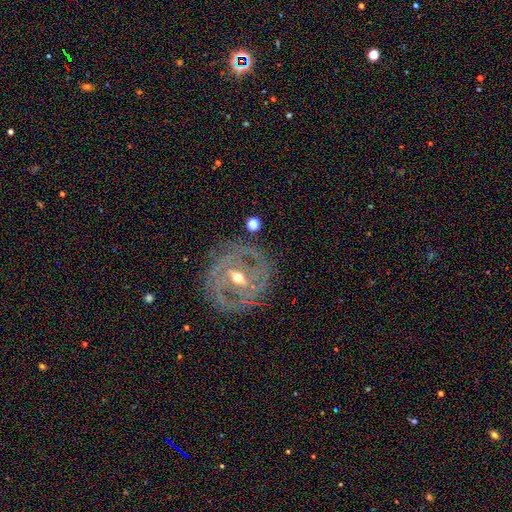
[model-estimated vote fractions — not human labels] featured or disk 77%, smooth 12%, star or artifact 11%. Down the decision tree: edge-on disk — no (94%); bar — weak (38%); spiral arms — yes (74%); spiral arm count — 2 (39%); spiral winding — tight (67%); bulge size — moderate (52%); merging — none (80%).